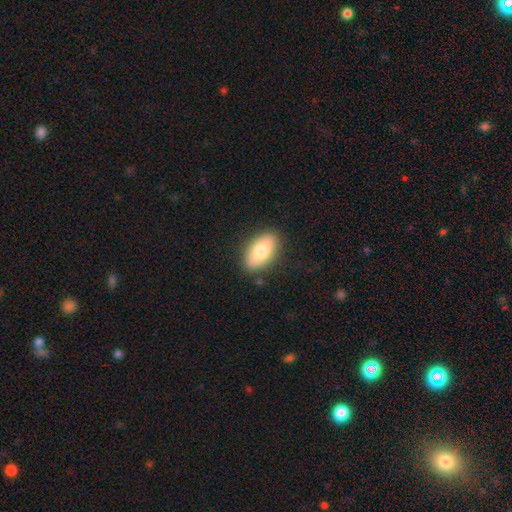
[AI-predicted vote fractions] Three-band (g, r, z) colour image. It shows a smooth galaxy with no disk features (77%) that is in between round and cigar-shaped (93%). Merging: none (85%).